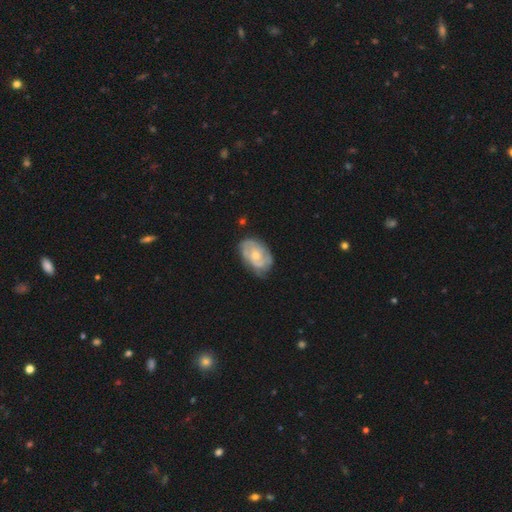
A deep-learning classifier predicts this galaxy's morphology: A featured or disk galaxy (72%) with no bar (72%), 2 (48%) tight (50%) spiral arms (84%) and a moderate central bulge (51%). Merging: none (68%).